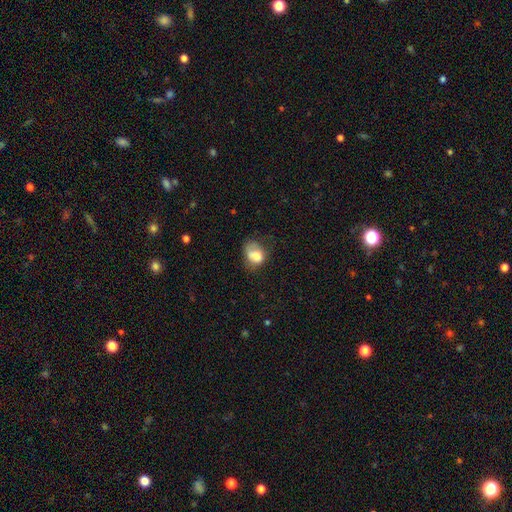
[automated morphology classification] Smooth or featured? smooth (73%)
How rounded? in between (63%)
Merging? none (33%, tied with minor disturbance)